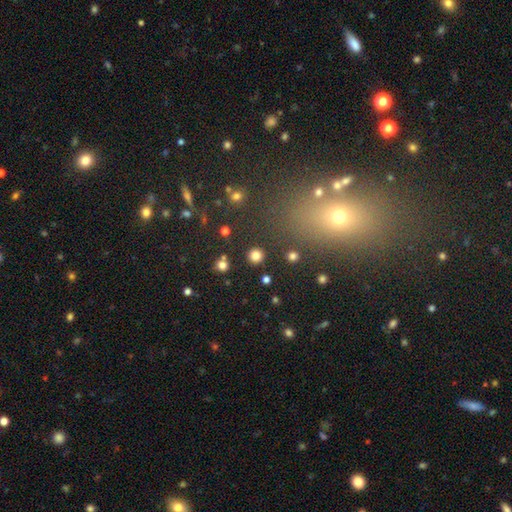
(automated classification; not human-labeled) This appears to be a smooth galaxy with no disk features (83%) that is round (95%). Merging: none (91%).